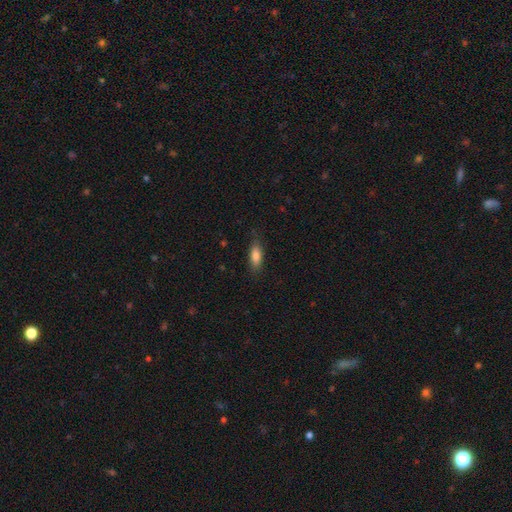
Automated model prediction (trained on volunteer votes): A smooth galaxy with no disk features (81%) that is in between round and cigar-shaped (71%). Merging: none (80%).